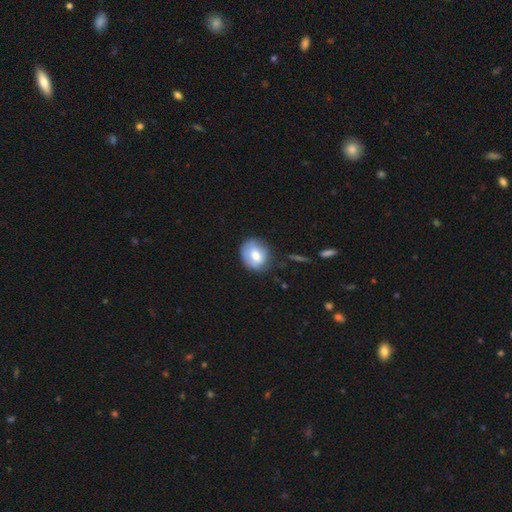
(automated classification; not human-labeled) This is likely a smooth galaxy (65%). How rounded: likely round (67%). Merging: likely none (68%).